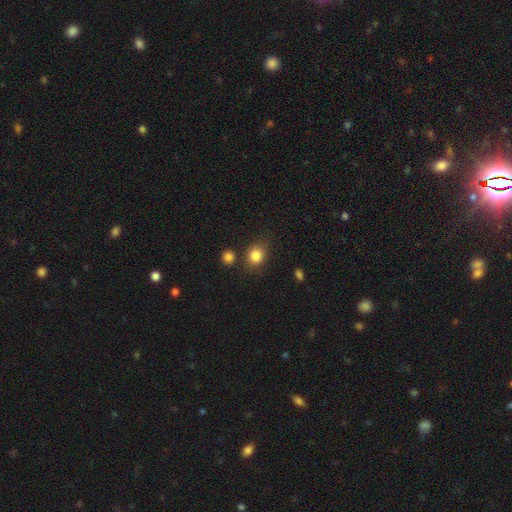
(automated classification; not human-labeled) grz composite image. It shows a smooth galaxy with no disk features (84%) that is round (68%). Merging: none (75%).